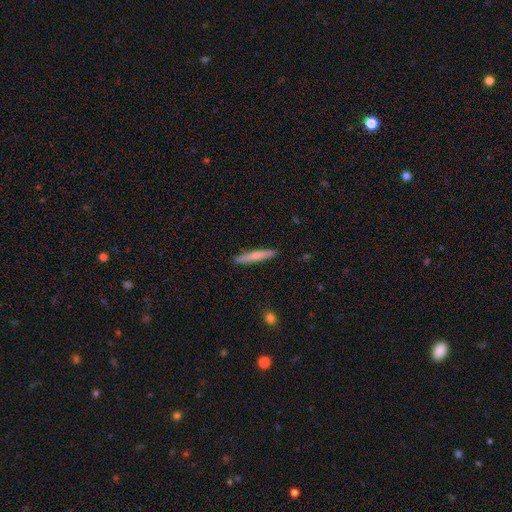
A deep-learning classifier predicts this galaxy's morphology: A smooth galaxy with no disk features (68%) that is cigar-shaped (94%). Merging: none (90%).